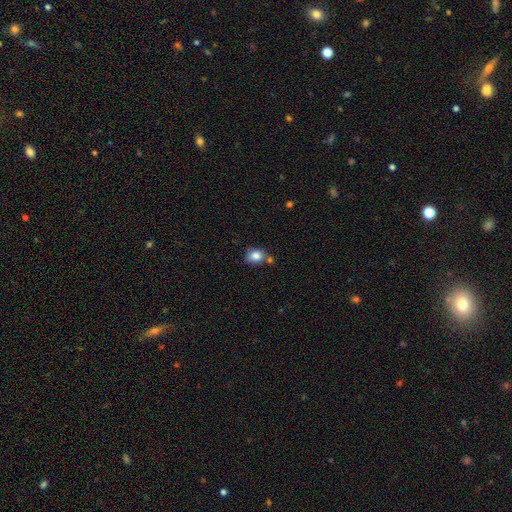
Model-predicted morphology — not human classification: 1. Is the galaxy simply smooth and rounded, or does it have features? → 84% smooth, 10% star or artifact, 7% featured or disk.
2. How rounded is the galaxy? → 57% round, 42% in between, 1% cigar-shaped.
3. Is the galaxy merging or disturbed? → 63% none, 17% minor disturbance, 15% merger, 4% major disturbance.